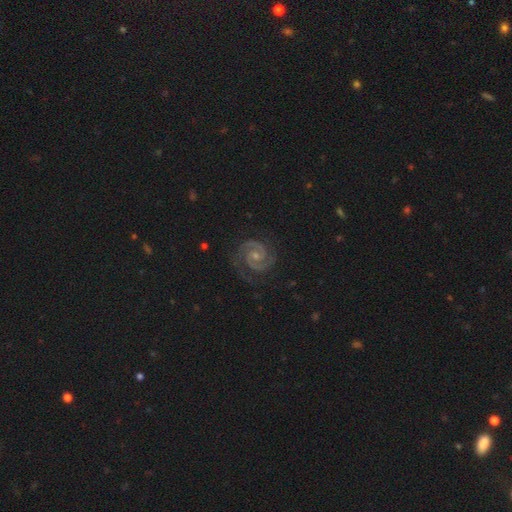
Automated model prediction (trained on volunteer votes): Morphology: type=featured or disk (92%); edge-on=no (98%); bar=no (56%); spiral arms=yes (99%); winding=tight (58%); arm count=2 (93%); bulge=small (57%); merging=none (80%).